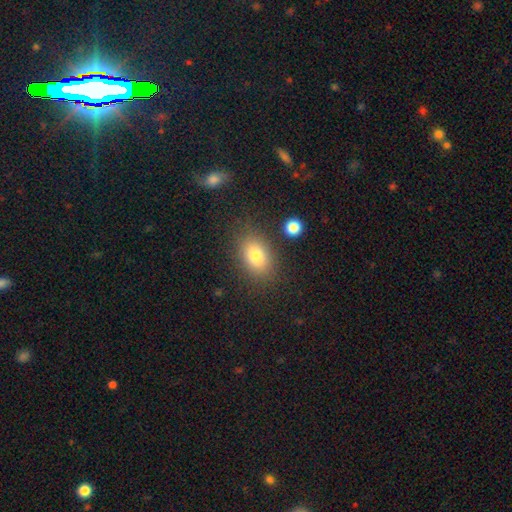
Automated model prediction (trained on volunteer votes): Q: Smooth or featured?
A: smooth (79%); runner-up: featured or disk (11%)
Q: How rounded?
A: in between (78%); runner-up: round (20%)
Q: Merging?
A: none (81%); runner-up: minor disturbance (11%)